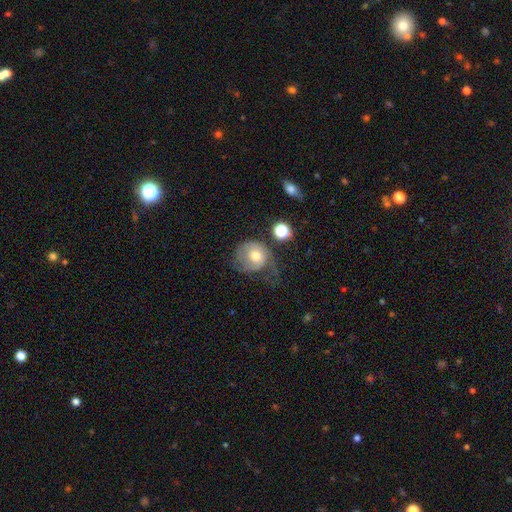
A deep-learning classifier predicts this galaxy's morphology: Overall: featured or disk (46%; smooth 45%). Merging: major disturbance (40%; none 30%).